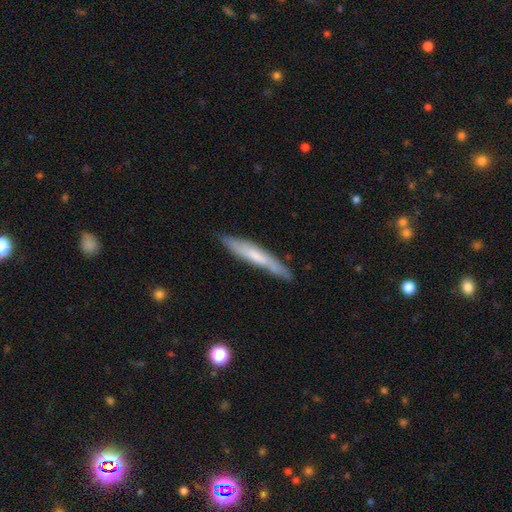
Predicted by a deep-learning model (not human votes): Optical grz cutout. It shows a smooth galaxy with no disk features (57%) that is cigar-shaped (93%). Merging: none (81%).